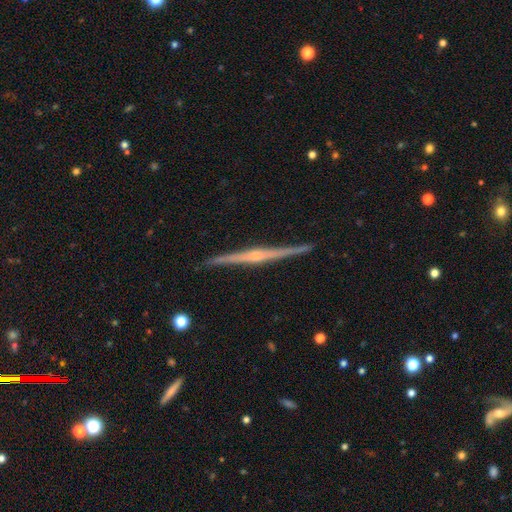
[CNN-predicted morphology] Smooth or featured?
  - featured or disk: 85% *
  - smooth: 9%
  - star or artifact: 5%
Edge-on disk?
  - yes: 99% *
  - no: 1%
Edge-on bulge?
  - rounded: 69% *
  - none: 19%
  - boxy: 12%
Merging?
  - none: 91% *
  - minor disturbance: 6%
  - major disturbance: 1%
  - merger: 1%